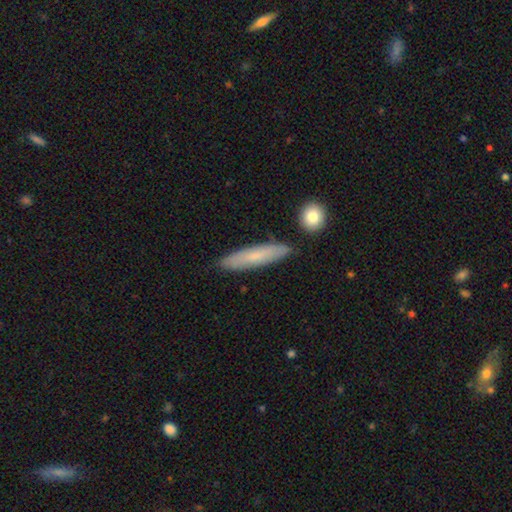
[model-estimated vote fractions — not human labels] Smooth or featured?
  - smooth: 66% *
  - featured or disk: 28%
  - star or artifact: 6%
How rounded?
  - cigar-shaped: 84% *
  - in between: 14%
  - round: 2%
Merging?
  - none: 84% *
  - minor disturbance: 11%
  - merger: 3%
  - major disturbance: 2%